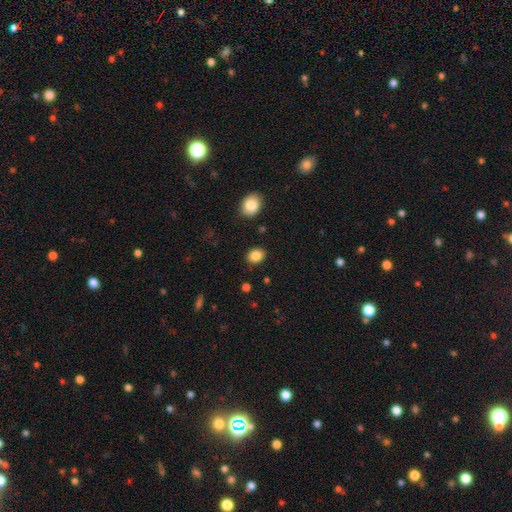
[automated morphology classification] Q: Smooth or featured?
A: smooth (86%); runner-up: star or artifact (9%)
Q: How rounded?
A: in between (52%); runner-up: round (47%)
Q: Merging?
A: none (88%); runner-up: minor disturbance (8%)